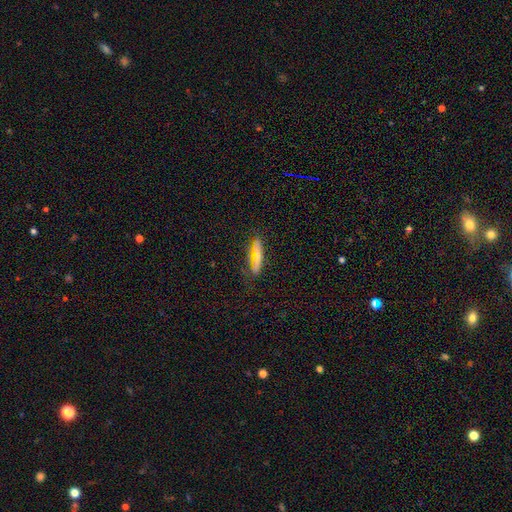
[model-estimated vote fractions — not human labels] Morphology: type=smooth (53%); roundness=cigar-shaped (76%); merging=none (79%).